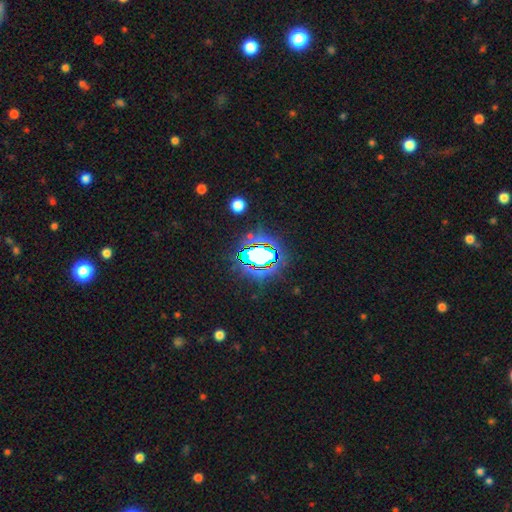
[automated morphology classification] Q: Smooth or featured?
A: star or artifact (63%); runner-up: smooth (23%)